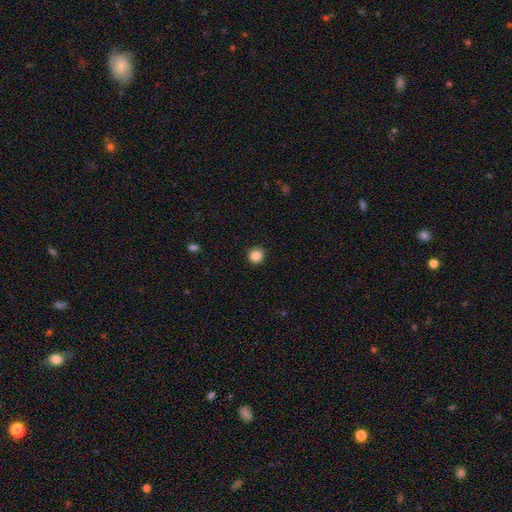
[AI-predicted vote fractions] smooth-or-featured: smooth: 85% | star or artifact: 11% | featured or disk: 4%
  how-rounded: round: 93% | in between: 6% | cigar-shaped: 1%
  merging: none: 91% | minor disturbance: 6% | major disturbance: 2% | merger: 1%